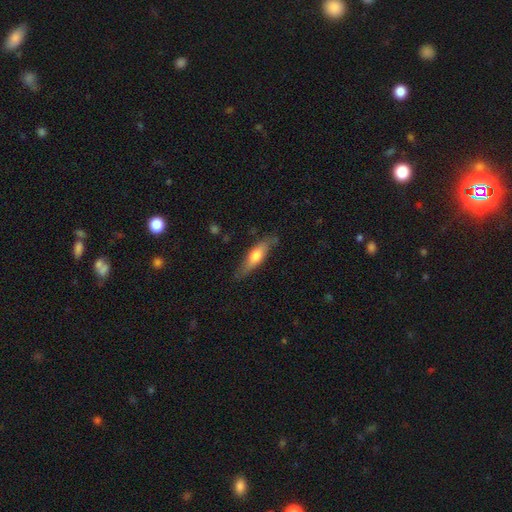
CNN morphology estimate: A smooth galaxy with no disk features (54%) that is cigar-shaped (62%).

Vote fractions:
- Smooth or featured? smooth: 54% / featured or disk: 40% / star or artifact: 6%
- How rounded? cigar-shaped: 62% / in between: 35% / round: 2%
- Merging? none: 76% / minor disturbance: 19% / major disturbance: 4% / merger: 2%